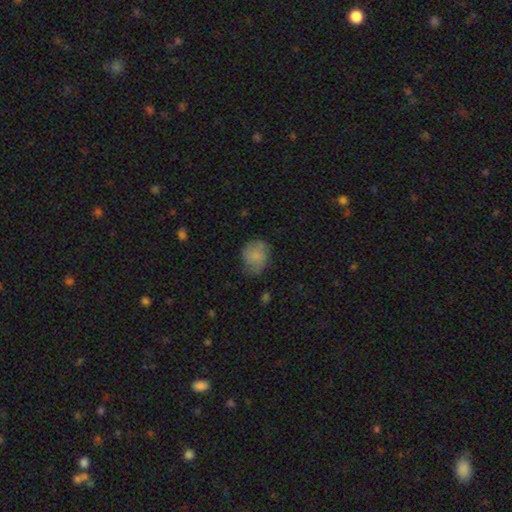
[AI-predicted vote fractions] A smooth galaxy with no disk features (74%) that is round (56%).

Vote fractions:
- Smooth or featured? smooth: 74% / featured or disk: 17% / star or artifact: 9%
- How rounded? round: 56% / in between: 43% / cigar-shaped: 1%
- Merging? none: 59% / minor disturbance: 29% / major disturbance: 10% / merger: 2%